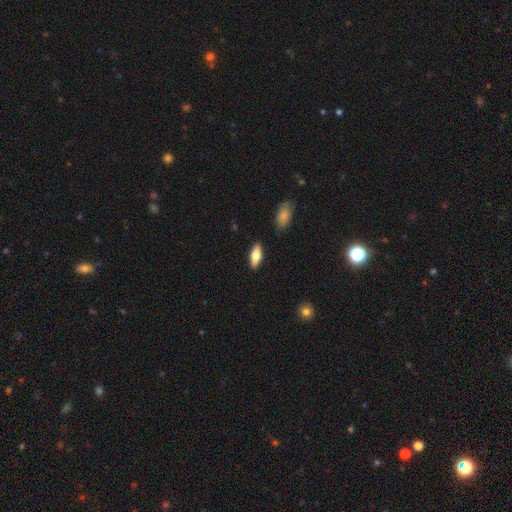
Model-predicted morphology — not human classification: Q: Smooth or featured?
A: smooth (70%); runner-up: featured or disk (24%)
Q: How rounded?
A: in between (77%); runner-up: cigar-shaped (20%)
Q: Merging?
A: none (88%); runner-up: minor disturbance (8%)